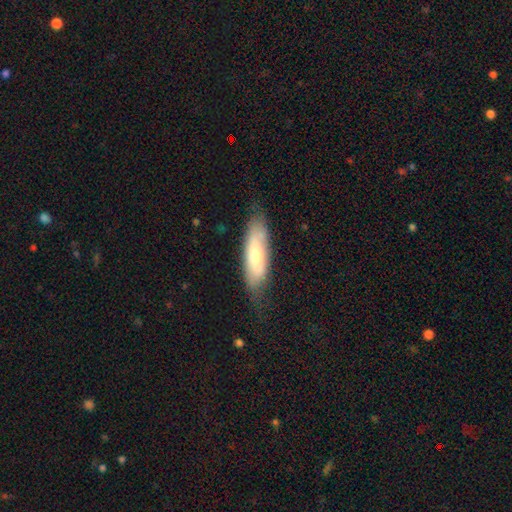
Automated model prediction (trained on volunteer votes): smooth-or-featured: smooth: 63% | featured or disk: 31% | star or artifact: 6%
  how-rounded: in between: 53% | cigar-shaped: 46% | round: 2%
  merging: none: 63% | minor disturbance: 26% | major disturbance: 8% | merger: 2%